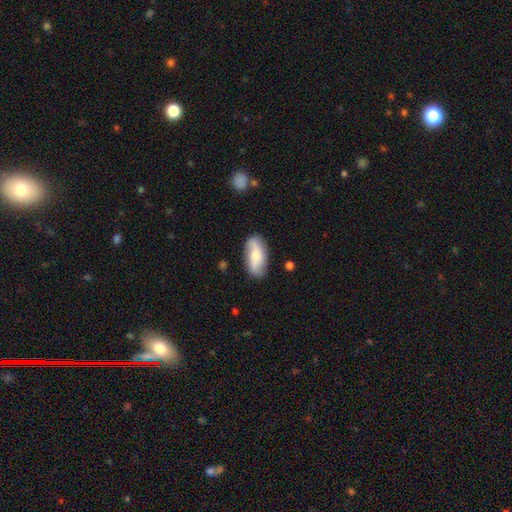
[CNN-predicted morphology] type=smooth (51%); roundness=in between (87%); merging=none (78%).